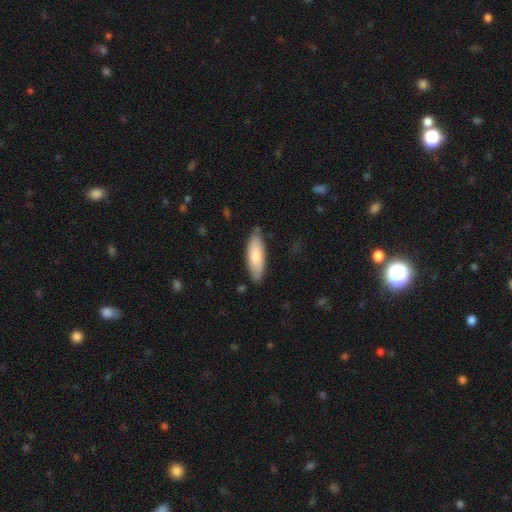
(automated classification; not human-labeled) This is likely a smooth galaxy (80%). How rounded: likely in between (61%). Merging: likely none (79%).